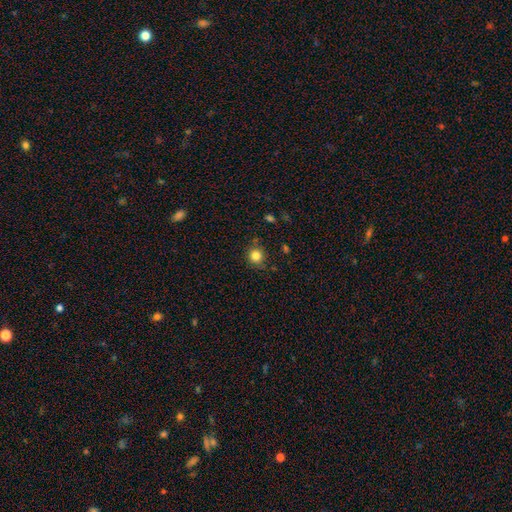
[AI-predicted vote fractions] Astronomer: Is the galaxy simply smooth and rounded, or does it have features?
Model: smooth — 83%.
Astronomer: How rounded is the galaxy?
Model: round — 88%.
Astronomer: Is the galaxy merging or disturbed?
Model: none — 82%.